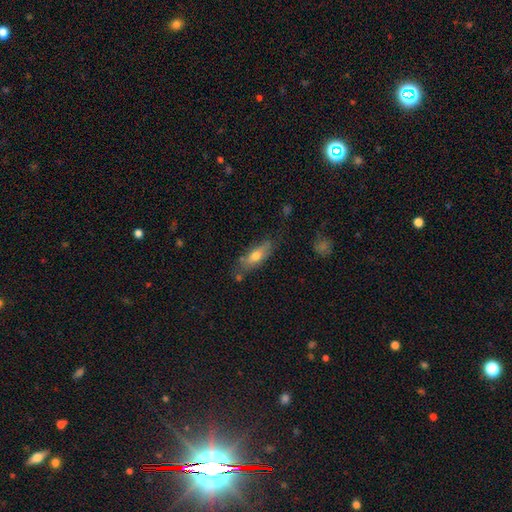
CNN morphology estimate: A smooth galaxy with no disk features (65%) that is in between round and cigar-shaped (59%).

Vote fractions:
- Smooth or featured? smooth: 65% / featured or disk: 28% / star or artifact: 7%
- How rounded? in between: 59% / cigar-shaped: 38% / round: 3%
- Merging? none: 66% / minor disturbance: 22% / merger: 6% / major disturbance: 6%